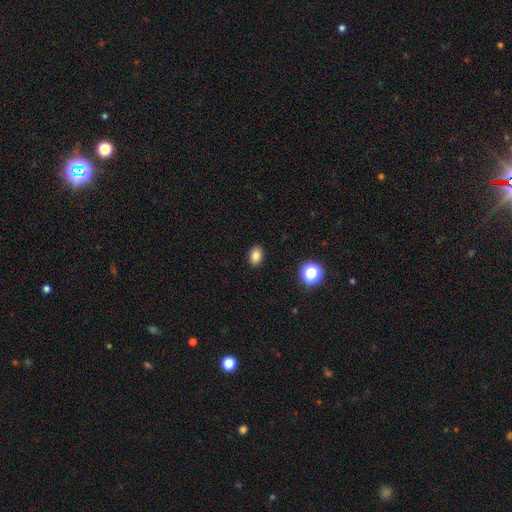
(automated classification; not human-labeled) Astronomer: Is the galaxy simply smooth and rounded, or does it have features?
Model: smooth — 84%.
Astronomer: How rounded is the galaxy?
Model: in between — 76%.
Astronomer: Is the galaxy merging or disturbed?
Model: none — 89%.